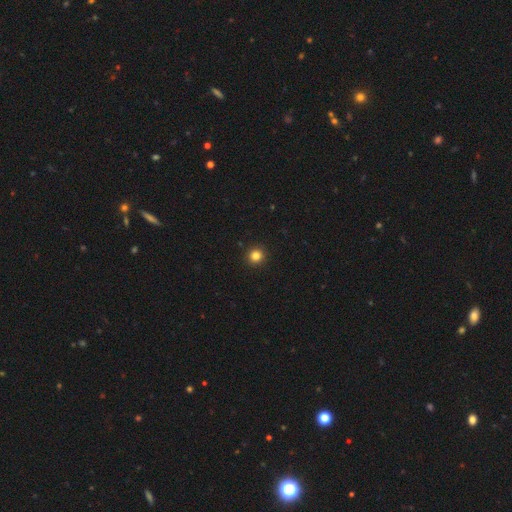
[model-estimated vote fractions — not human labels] Smooth or featured? smooth (83%)
How rounded? round (95%)
Merging? none (94%)